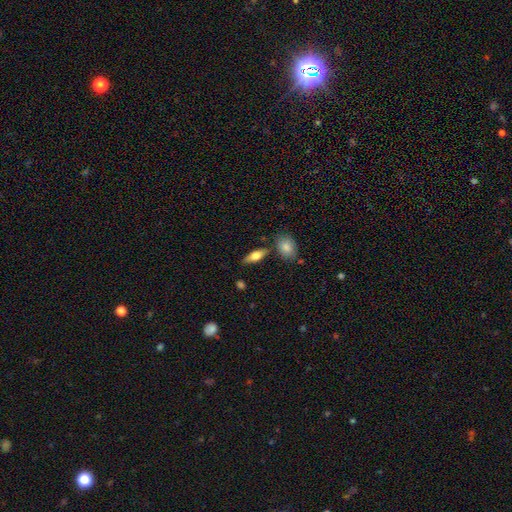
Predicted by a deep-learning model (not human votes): Smooth or featured: smooth — 62% (featured or disk — 32%)
How rounded: in between — 67% (cigar-shaped — 29%)
Merging: none — 78% (minor disturbance — 12%)